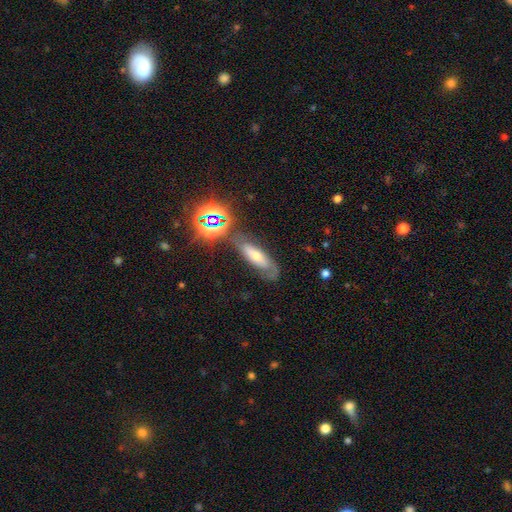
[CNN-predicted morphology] type=featured or disk (43%); merging=none (61%).